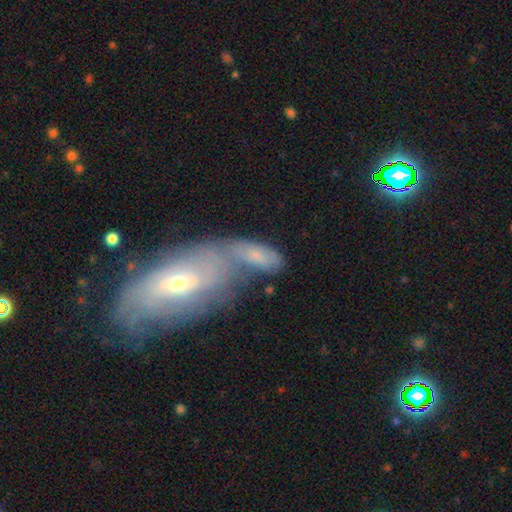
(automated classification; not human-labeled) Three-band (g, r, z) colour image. It shows a smooth galaxy with no disk features (51%) that is in between round and cigar-shaped (80%). Merging: merger (51%).